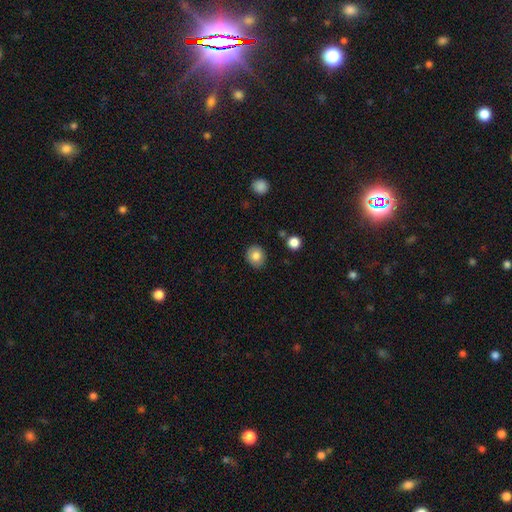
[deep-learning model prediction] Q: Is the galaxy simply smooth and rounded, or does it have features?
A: smooth — 83%.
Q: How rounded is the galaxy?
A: round — 75%.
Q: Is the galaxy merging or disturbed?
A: none — 87%.